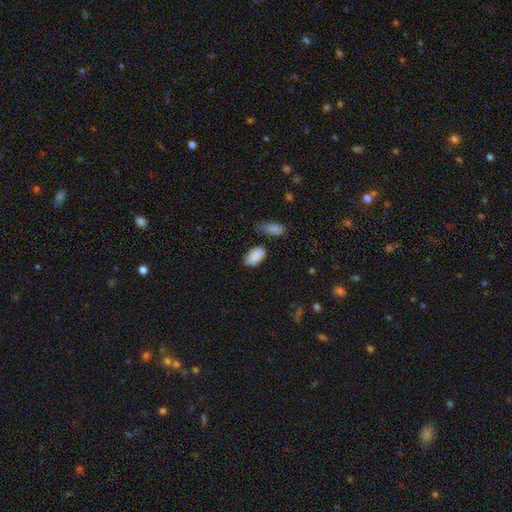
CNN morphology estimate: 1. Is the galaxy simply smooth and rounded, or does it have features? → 88% smooth, 7% star or artifact, 5% featured or disk.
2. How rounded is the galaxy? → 94% in between, 4% round, 2% cigar-shaped.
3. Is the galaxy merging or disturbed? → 67% none, 22% minor disturbance, 7% merger, 5% major disturbance.